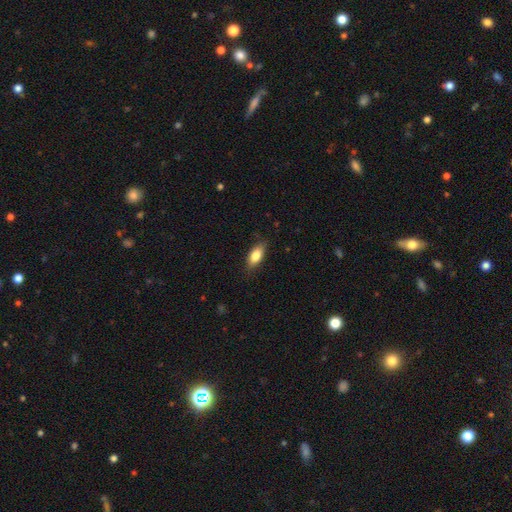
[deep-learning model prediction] Smooth or featured? smooth (79%)
How rounded? in between (80%)
Merging? none (81%)